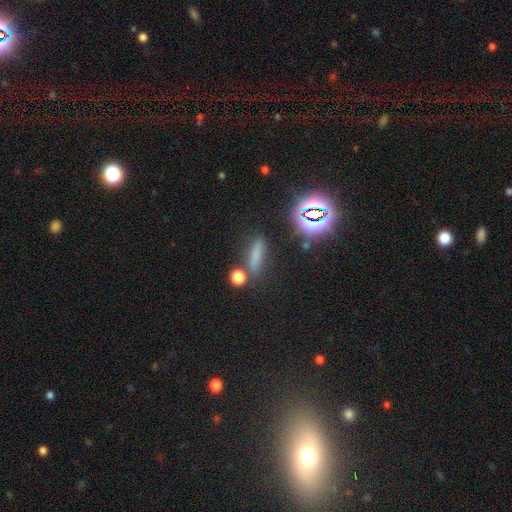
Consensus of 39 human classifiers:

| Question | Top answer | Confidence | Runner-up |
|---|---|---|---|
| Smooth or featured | smooth | 77% | featured or disk (18%) |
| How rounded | cigar-shaped | 87% | round (7%) |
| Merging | none | 57% | minor disturbance (22%) |